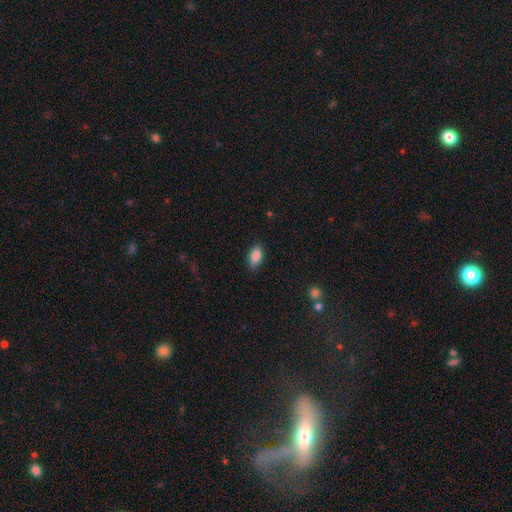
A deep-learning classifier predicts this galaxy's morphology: Q: Smooth or featured?
A: smooth (85%); runner-up: star or artifact (8%)
Q: How rounded?
A: in between (89%); runner-up: cigar-shaped (7%)
Q: Merging?
A: none (82%); runner-up: minor disturbance (14%)